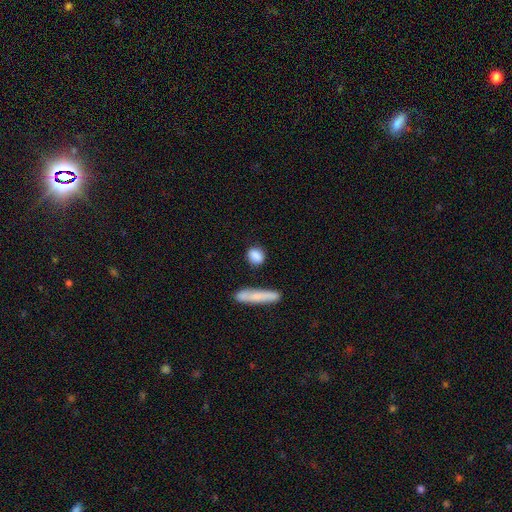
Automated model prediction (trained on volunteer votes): Smooth or featured?
  - smooth: 87% *
  - star or artifact: 7%
  - featured or disk: 6%
How rounded?
  - round: 48% *
  - in between: 43%
  - cigar-shaped: 10%
Merging?
  - none: 80% *
  - minor disturbance: 13%
  - merger: 4%
  - major disturbance: 3%